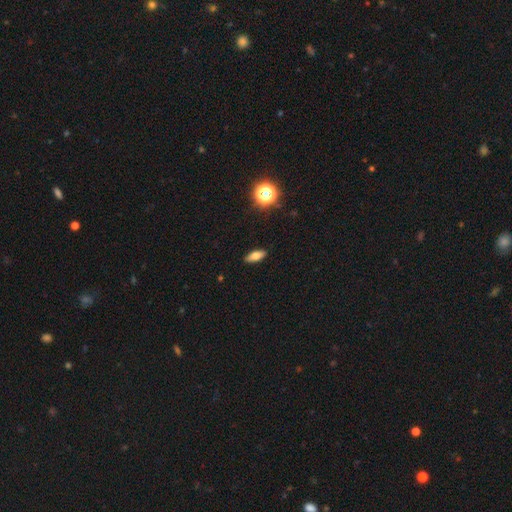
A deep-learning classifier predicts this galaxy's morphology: A smooth galaxy with no disk features (70%) that is in between round and cigar-shaped (73%).

Vote fractions:
- Smooth or featured? smooth: 70% / featured or disk: 20% / star or artifact: 10%
- How rounded? in between: 73% / cigar-shaped: 23% / round: 5%
- Merging? none: 89% / minor disturbance: 8% / major disturbance: 2% / merger: 1%